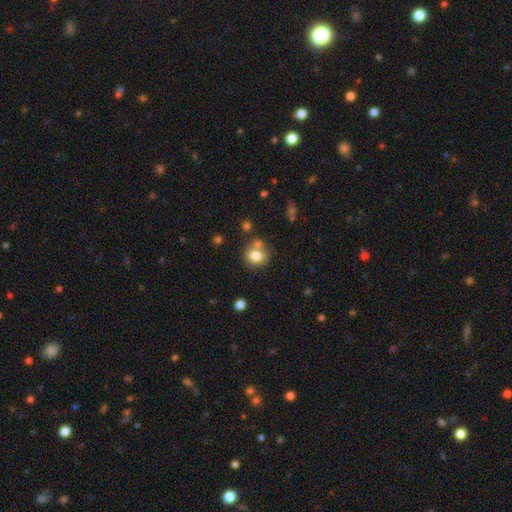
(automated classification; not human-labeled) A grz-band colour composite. It shows a smooth galaxy with no disk features (79%) that is round (82%). Merging: none (64%).